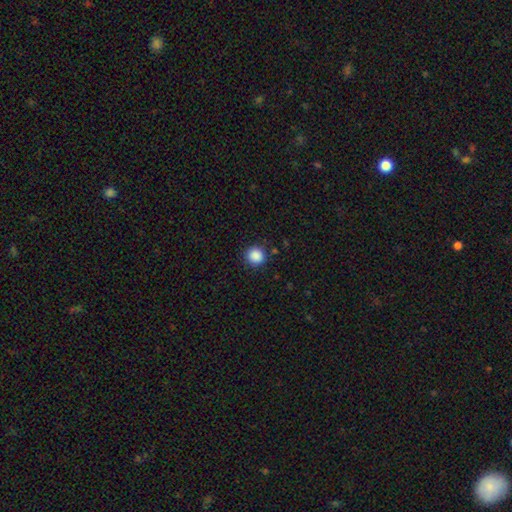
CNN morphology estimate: A smooth galaxy with no disk features (88%) that is round (91%).

Vote fractions:
- Smooth or featured? smooth: 88% / star or artifact: 10% / featured or disk: 3%
- How rounded? round: 91% / in between: 8% / cigar-shaped: 1%
- Merging? none: 89% / minor disturbance: 7% / major disturbance: 2% / merger: 1%